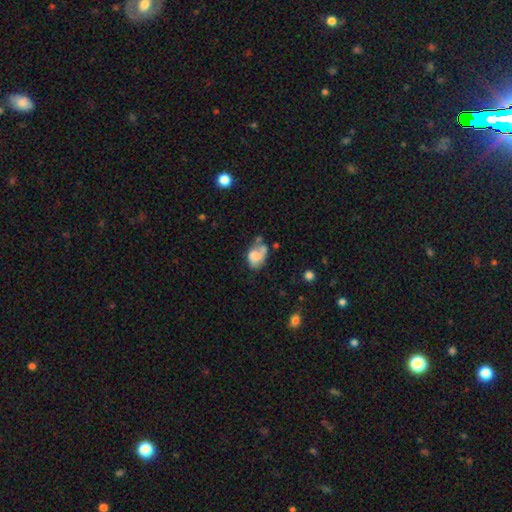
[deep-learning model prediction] Smooth or featured: smooth — 58% (featured or disk — 32%)
How rounded: in between — 73% (round — 25%)
Merging: none — 28% (minor disturbance — 26%)